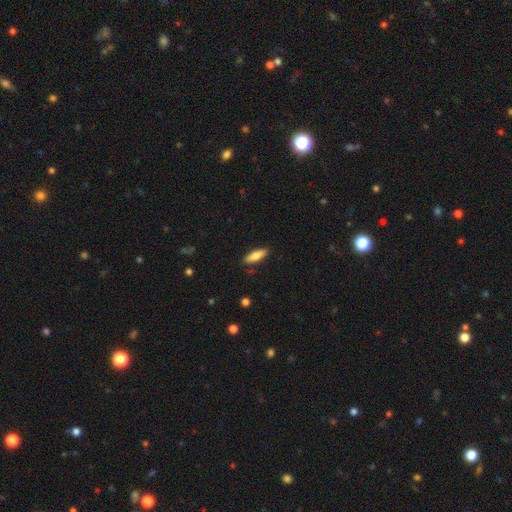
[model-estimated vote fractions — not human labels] Smooth or featured: smooth — 77% (featured or disk — 17%)
How rounded: cigar-shaped — 50% (in between — 48%)
Merging: none — 86% (minor disturbance — 10%)